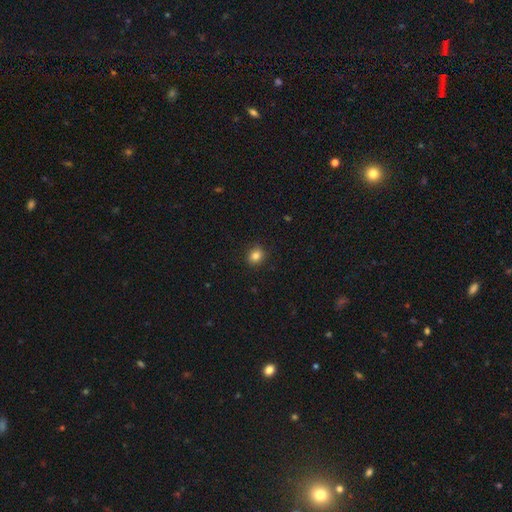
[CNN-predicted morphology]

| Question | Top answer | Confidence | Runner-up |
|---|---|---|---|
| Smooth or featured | smooth | 83% | star or artifact (11%) |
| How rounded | round | 75% | in between (24%) |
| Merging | none | 90% | minor disturbance (7%) |